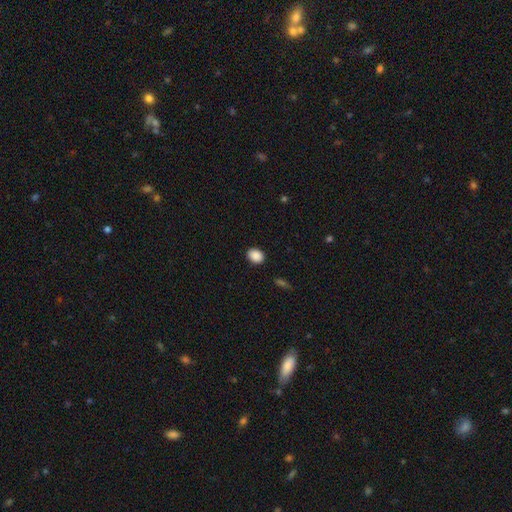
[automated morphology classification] type=smooth (89%); roundness=in between (63%); merging=none (89%).